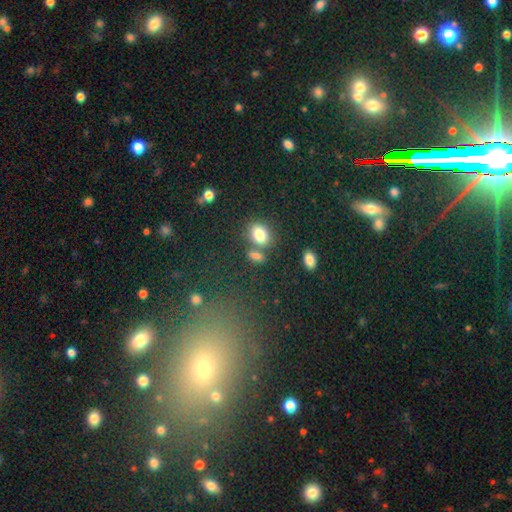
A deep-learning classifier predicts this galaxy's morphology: smooth-or-featured: smooth: 81% | star or artifact: 11% | featured or disk: 8%
  how-rounded: in between: 74% | round: 23% | cigar-shaped: 3%
  merging: none: 55% | merger: 29% | minor disturbance: 12% | major disturbance: 5%